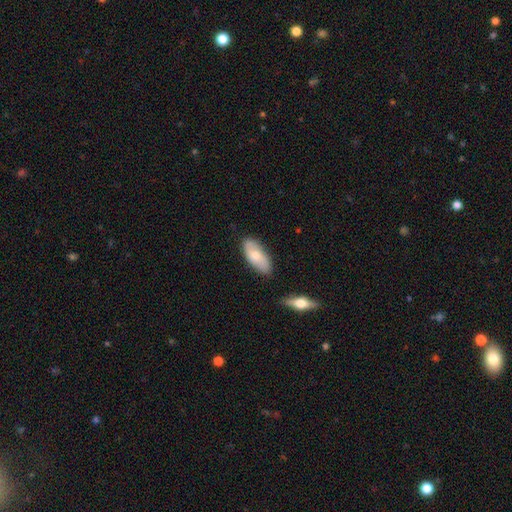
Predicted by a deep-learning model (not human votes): Morphology: type=smooth (62%); roundness=in between (86%); merging=none (78%).